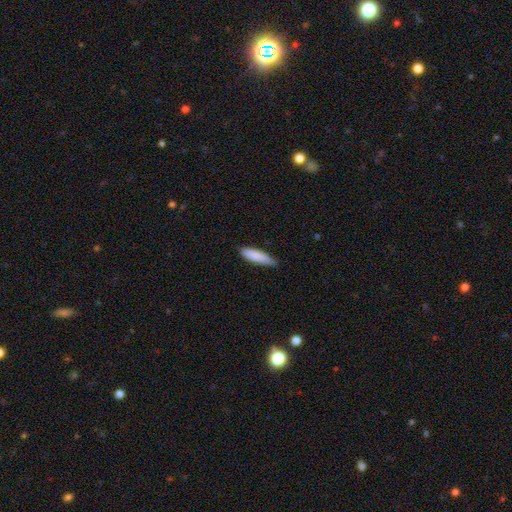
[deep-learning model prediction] smooth 86%, featured or disk 9%, star or artifact 5%. Down the decision tree: how rounded — cigar-shaped (68%); merging — none (79%).